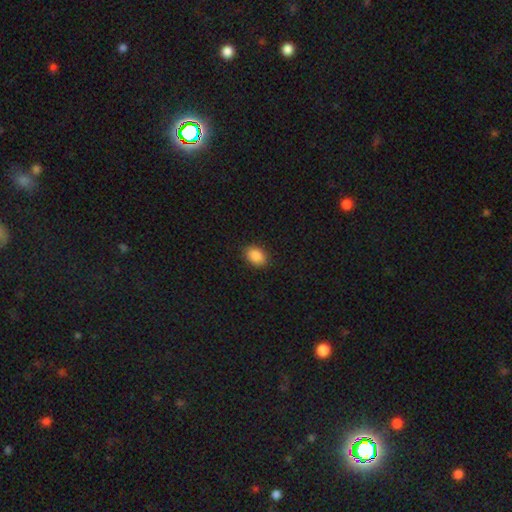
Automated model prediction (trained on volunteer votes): smooth 89%, star or artifact 8%, featured or disk 3%. Down the decision tree: how rounded — in between (76%); merging — none (89%).